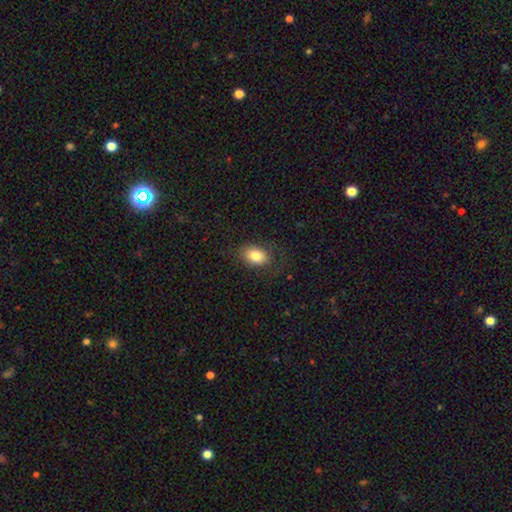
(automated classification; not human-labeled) Smooth or featured: smooth — 83% (featured or disk — 9%)
How rounded: in between — 82% (round — 16%)
Merging: none — 79% (minor disturbance — 14%)